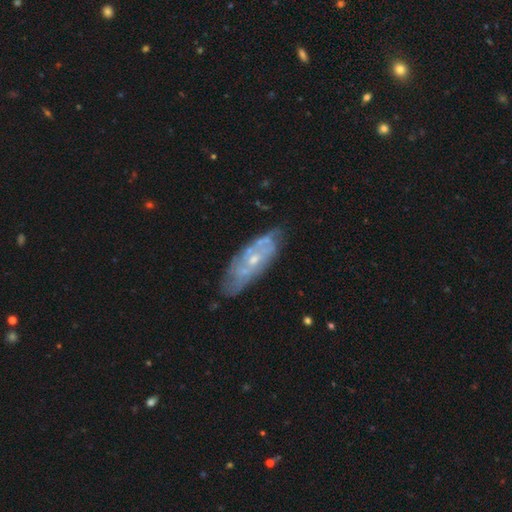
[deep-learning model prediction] Smooth or featured? featured or disk (70%)
Edge-on disk? no (80%)
Bar? no (74%)
Spiral arms? yes (71%)
Bulge size? small (67%)
Merging? none (78%)